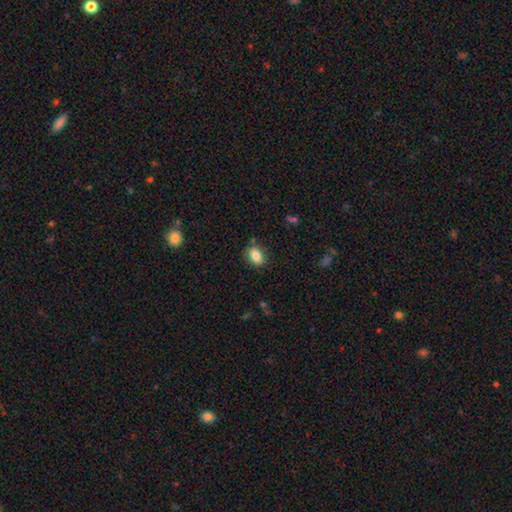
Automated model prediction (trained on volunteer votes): Smooth or featured? smooth (82%)
How rounded? in between (78%)
Merging? none (82%)